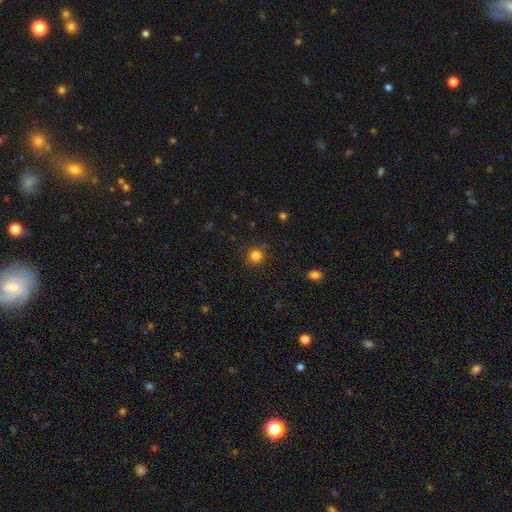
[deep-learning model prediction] A smooth galaxy with no disk features (82%) that is round (92%).

Vote fractions:
- Smooth or featured? smooth: 82% / star or artifact: 13% / featured or disk: 4%
- How rounded? round: 92% / in between: 7% / cigar-shaped: 1%
- Merging? none: 87% / minor disturbance: 8% / major disturbance: 3% / merger: 2%